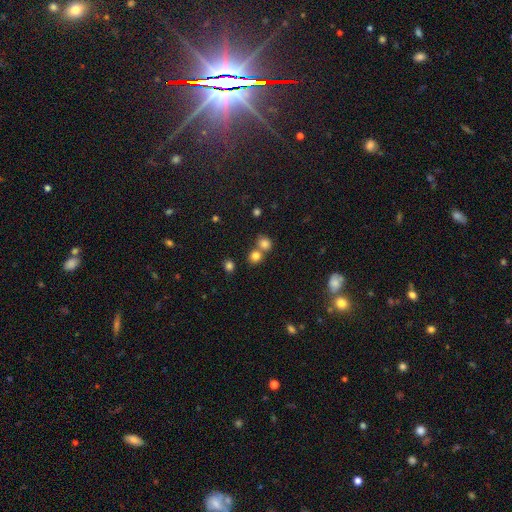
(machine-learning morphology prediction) A smooth galaxy with no disk features (80%) that is round (82%).

Vote fractions:
- Smooth or featured? smooth: 80% / star or artifact: 14% / featured or disk: 7%
- How rounded? round: 82% / in between: 17% / cigar-shaped: 1%
- Merging? none: 53% / merger: 37% / minor disturbance: 6% / major disturbance: 3%